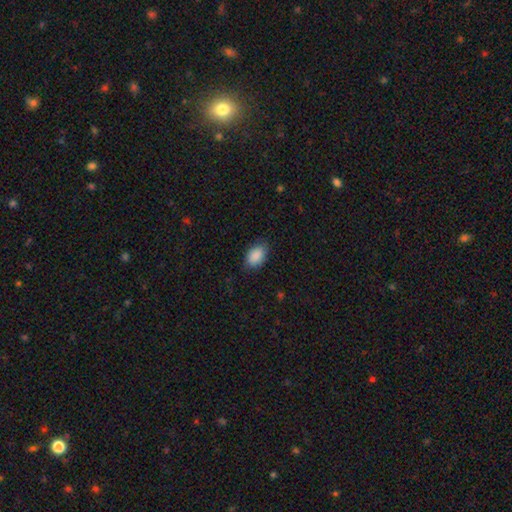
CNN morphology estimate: Smooth or featured: smooth — 90% (star or artifact — 7%)
How rounded: in between — 89% (round — 10%)
Merging: none — 83% (minor disturbance — 13%)